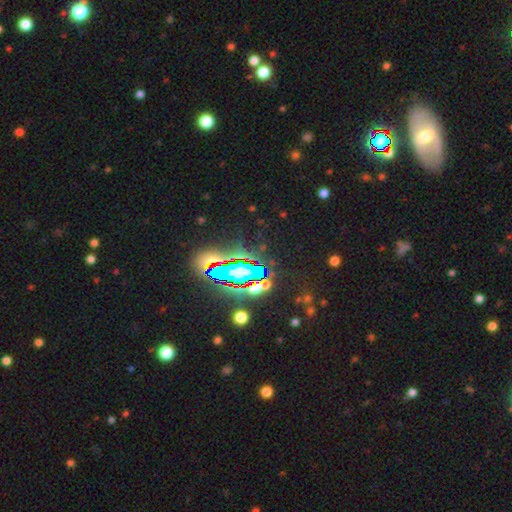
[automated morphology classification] This is likely a star or artifact rather than a galaxy (72%).